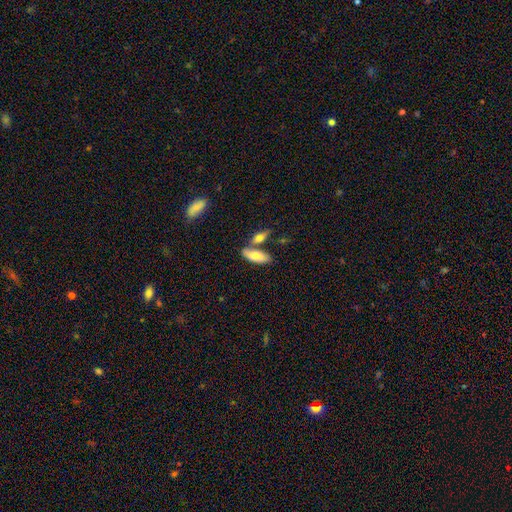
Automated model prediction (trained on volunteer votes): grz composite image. It shows a smooth galaxy with no disk features (80%) that is in between round and cigar-shaped (76%). Merging: none (55%).